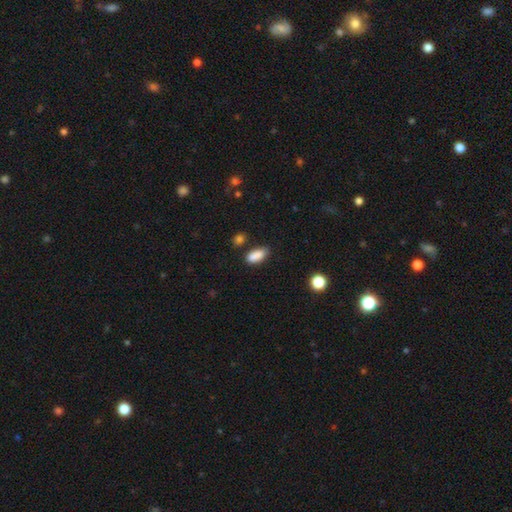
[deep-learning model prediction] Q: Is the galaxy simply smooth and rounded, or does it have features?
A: smooth — 87%.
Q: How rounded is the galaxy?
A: in between — 85%.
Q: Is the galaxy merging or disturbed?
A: none — 72%.